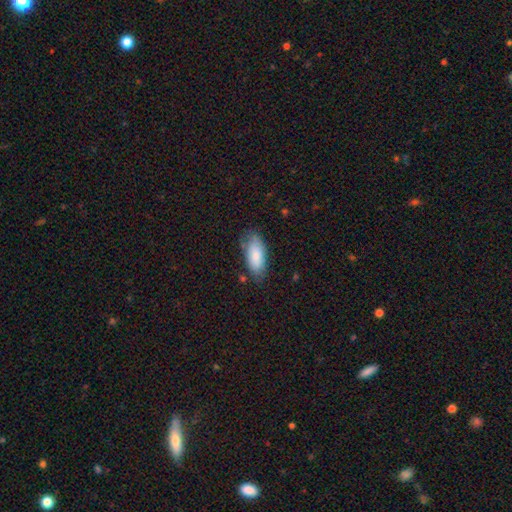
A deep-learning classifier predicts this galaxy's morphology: smooth_or_featured: smooth (p=0.82) [alt: featured or disk p=0.11]
how_rounded: in between (p=0.88) [alt: cigar-shaped p=0.10]
merging: none (p=0.68) [alt: minor disturbance p=0.24]